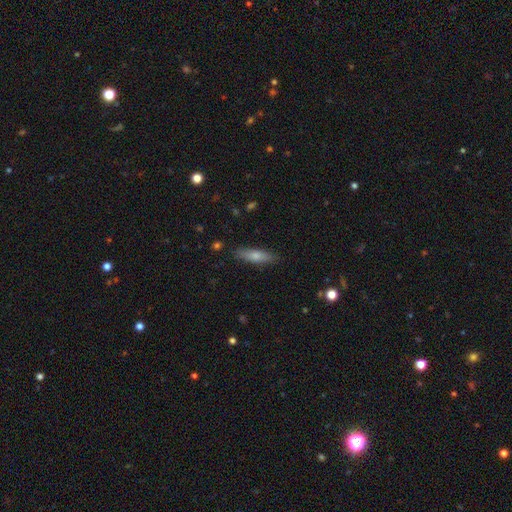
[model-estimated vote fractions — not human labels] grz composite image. It shows a smooth galaxy with no disk features (71%) that is cigar-shaped (63%). Merging: none (86%).